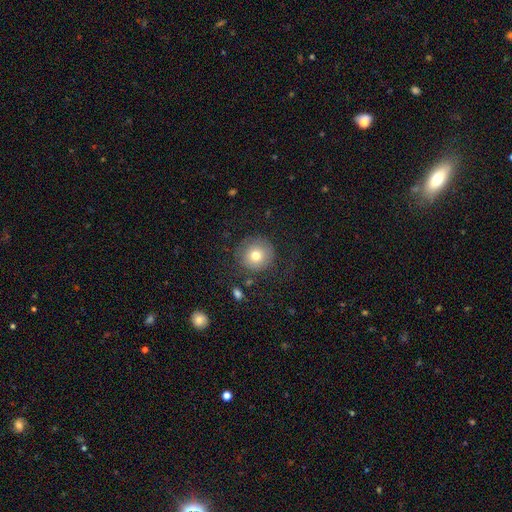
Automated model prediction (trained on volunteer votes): Smooth or featured?
  - smooth: 73% *
  - featured or disk: 17%
  - star or artifact: 10%
How rounded?
  - round: 93% *
  - in between: 6%
  - cigar-shaped: 1%
Merging?
  - none: 72% *
  - minor disturbance: 14%
  - major disturbance: 12%
  - merger: 2%